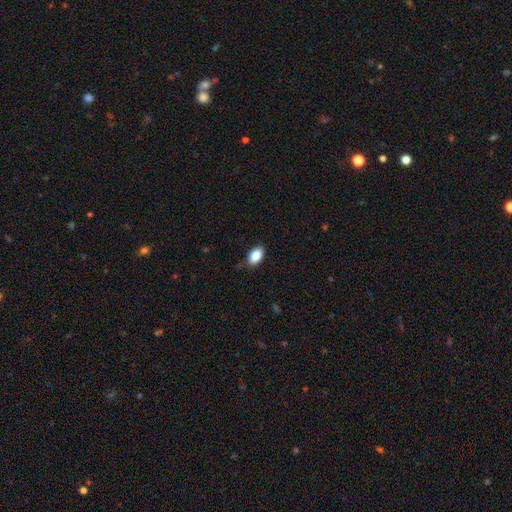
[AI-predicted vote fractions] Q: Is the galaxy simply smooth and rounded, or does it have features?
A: smooth — 86%.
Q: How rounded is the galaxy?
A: in between — 91%.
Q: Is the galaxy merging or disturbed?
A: none — 82%.